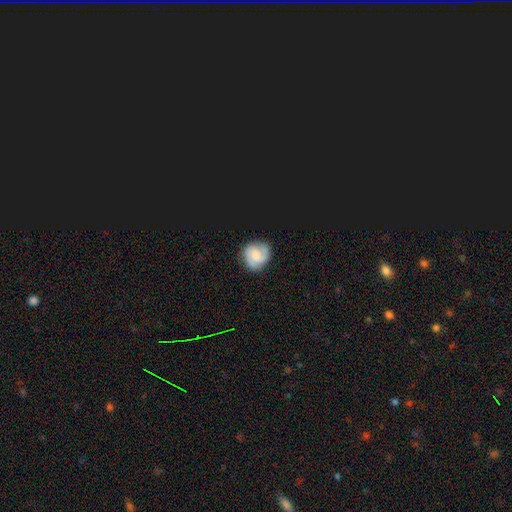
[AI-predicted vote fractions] Q: Smooth or featured?
A: featured or disk (62%); runner-up: smooth (30%)
Q: Edge-on disk?
A: no (98%); runner-up: yes (2%)
Q: Bar?
A: no (54%); runner-up: weak (39%)
Q: Spiral arms?
A: yes (94%); runner-up: no (6%)
Q: Spiral winding?
A: medium (45%); runner-up: tight (38%)
Q: Spiral arm count?
A: 2 (52%); runner-up: 3 (23%)
Q: Bulge size?
A: small (43%); runner-up: moderate (31%)
Q: Merging?
A: none (78%); runner-up: minor disturbance (16%)